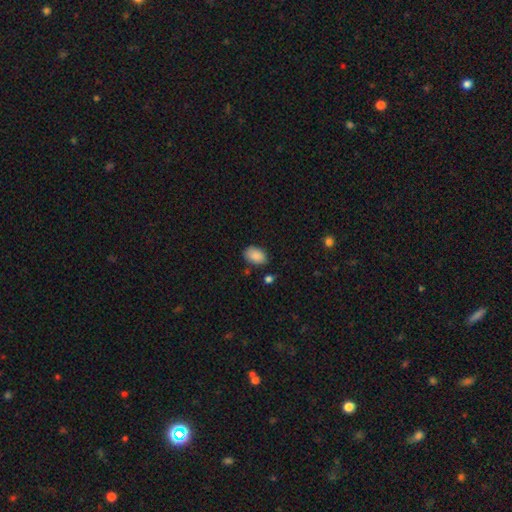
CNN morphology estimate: A smooth galaxy with no disk features (88%) that is in between round and cigar-shaped (88%).

Vote fractions:
- Smooth or featured? smooth: 88% / star or artifact: 8% / featured or disk: 4%
- How rounded? in between: 88% / round: 10% / cigar-shaped: 1%
- Merging? none: 79% / minor disturbance: 14% / major disturbance: 3% / merger: 3%